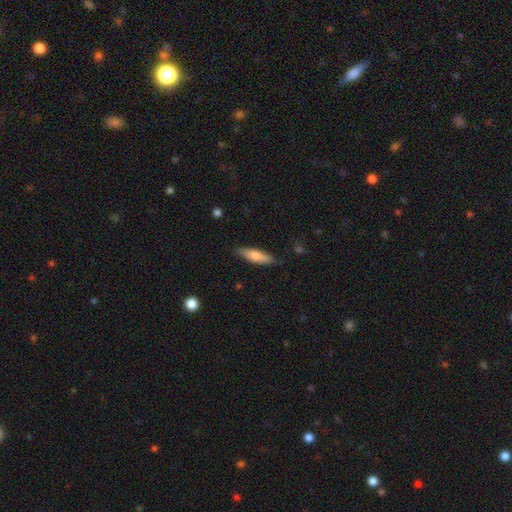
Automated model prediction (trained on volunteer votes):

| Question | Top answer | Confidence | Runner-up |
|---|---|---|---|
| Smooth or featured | smooth | 76% | featured or disk (18%) |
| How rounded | cigar-shaped | 59% | in between (39%) |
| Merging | none | 80% | minor disturbance (16%) |